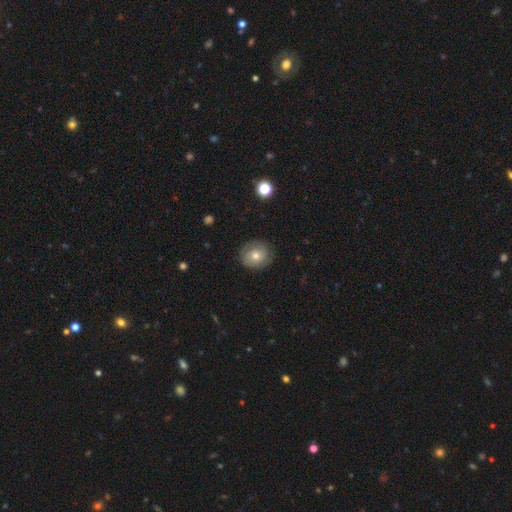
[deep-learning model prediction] Smooth or featured? Predicted: smooth (p=0.69). How rounded? Predicted: round (p=0.82). Merging? Predicted: none (p=0.83).